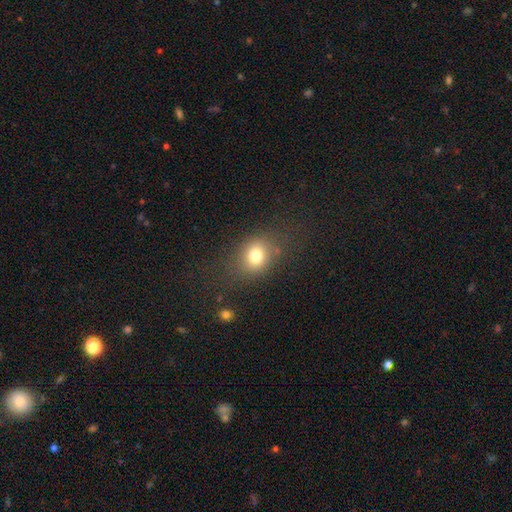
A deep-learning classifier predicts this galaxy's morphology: Smooth or featured? Predicted: smooth (p=0.79). How rounded? Predicted: round (p=0.53). Merging? Predicted: none (p=0.73).